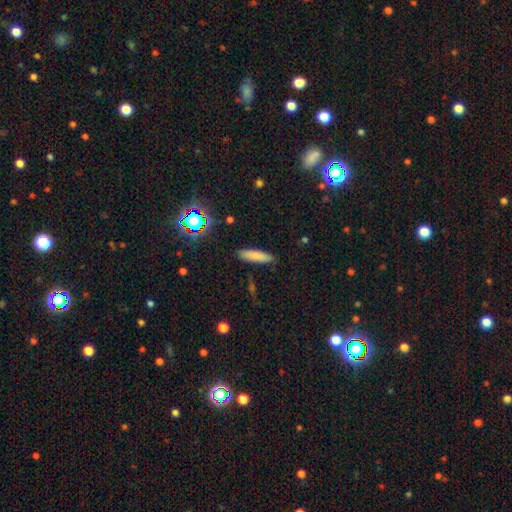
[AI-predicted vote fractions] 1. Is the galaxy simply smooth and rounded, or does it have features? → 81% smooth, 10% featured or disk, 10% star or artifact.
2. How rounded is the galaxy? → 73% cigar-shaped, 26% in between, 2% round.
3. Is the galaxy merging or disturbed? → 87% none, 9% minor disturbance, 2% major disturbance, 2% merger.